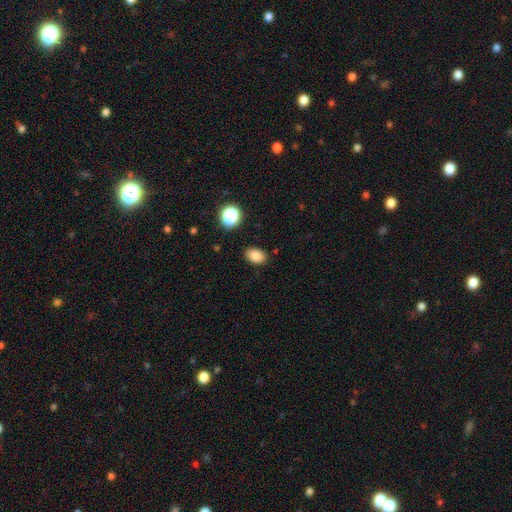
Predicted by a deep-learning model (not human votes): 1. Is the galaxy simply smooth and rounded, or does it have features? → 84% smooth, 11% star or artifact, 5% featured or disk.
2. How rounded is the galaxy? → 81% in between, 18% round, 1% cigar-shaped.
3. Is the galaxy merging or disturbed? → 86% none, 10% minor disturbance, 2% major disturbance, 2% merger.